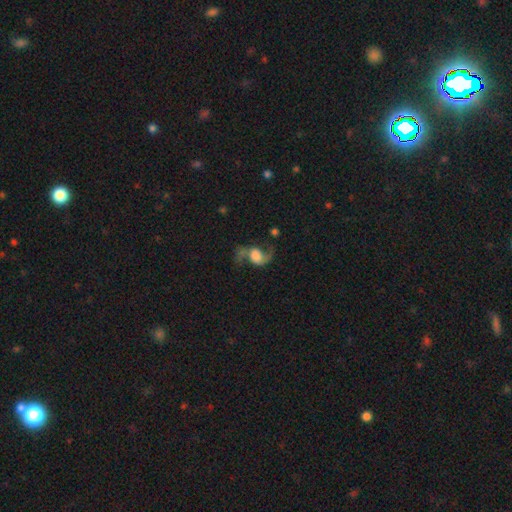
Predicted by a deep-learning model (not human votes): A featured or disk galaxy (74%) with no bar (53%), 2 (90%) loose (79%) spiral arms (93%) and a large central bulge (43%). Merging: none (56%).